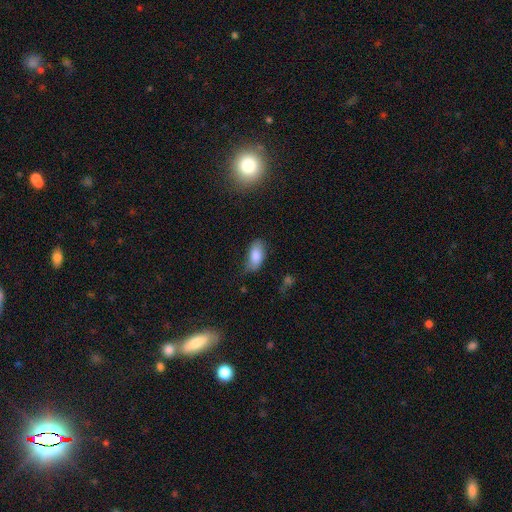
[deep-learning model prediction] A smooth galaxy with no disk features (84%) that is in between round and cigar-shaped (92%). Merging: none (55%).